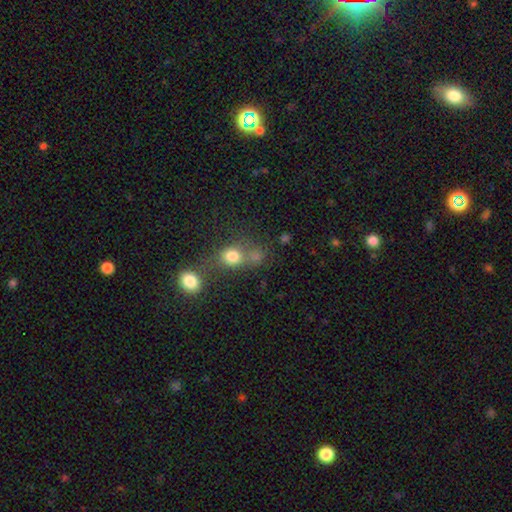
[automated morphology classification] smooth-or-featured: smooth: 75% | star or artifact: 16% | featured or disk: 9%
  how-rounded: round: 72% | in between: 26% | cigar-shaped: 2%
  merging: none: 47% | merger: 37% | minor disturbance: 10% | major disturbance: 6%